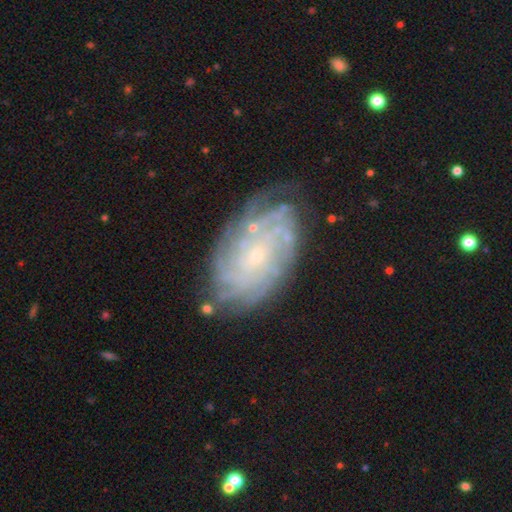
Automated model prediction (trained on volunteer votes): The model was most divided on "spiral arm count": can't tell: 37%, more than 4: 25%, 4: 17%, 3: 8%, 2: 7%, 1: 6%. More confident: edge-on disk — no (96%); spiral arms — yes (95%); smooth or featured — featured or disk (81%); bulge size — small (81%); spiral winding — tight (76%); bar — no (75%); merging — none (75%).